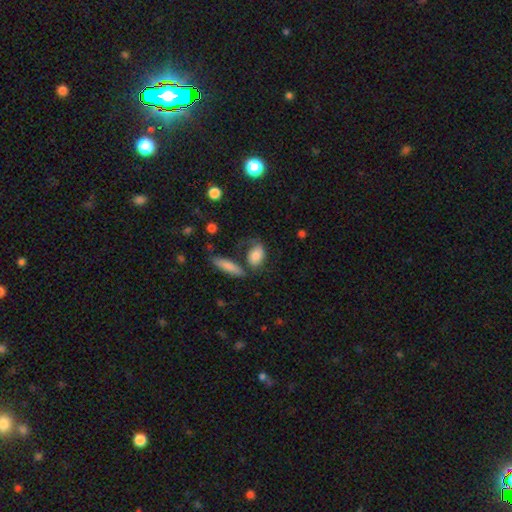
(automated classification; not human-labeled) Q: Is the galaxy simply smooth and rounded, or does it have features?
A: smooth — 75%.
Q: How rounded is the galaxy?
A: in between — 84%.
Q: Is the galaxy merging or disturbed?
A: none — 47%.